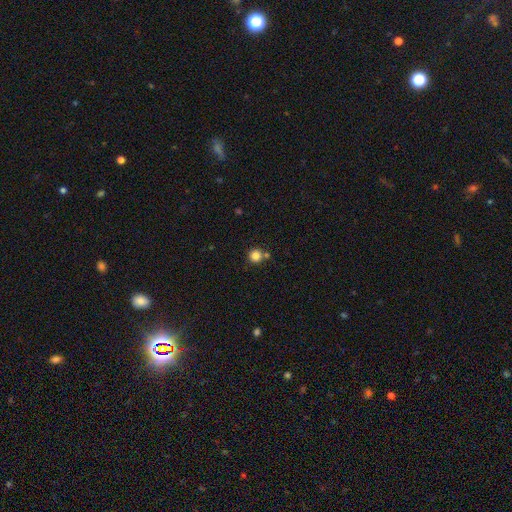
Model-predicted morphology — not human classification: smooth 83%, star or artifact 12%, featured or disk 5%. Down the decision tree: how rounded — round (95%); merging — none (74%).